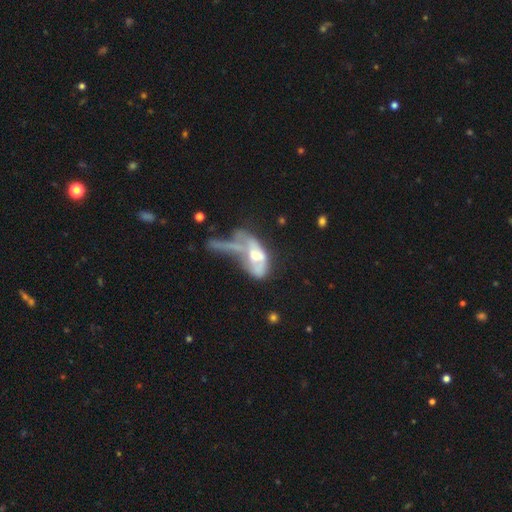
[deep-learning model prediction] The model was most divided on "merging": merger: 41%, major disturbance: 40%, none: 10%, minor disturbance: 9%. More confident: edge-on disk — no (88%); smooth or featured — featured or disk (52%).